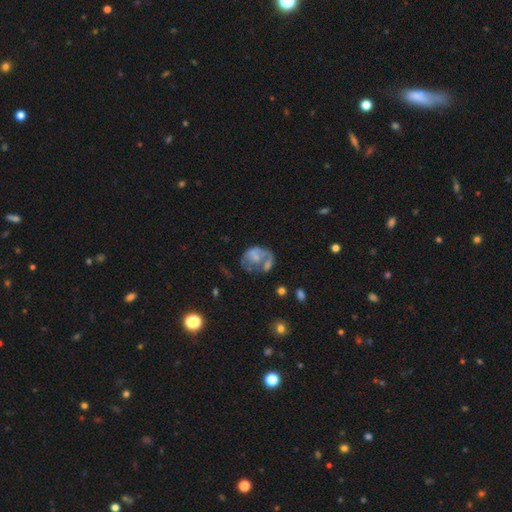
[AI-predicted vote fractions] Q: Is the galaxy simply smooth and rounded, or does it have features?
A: featured or disk — 49%.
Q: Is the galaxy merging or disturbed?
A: major disturbance — 31%.